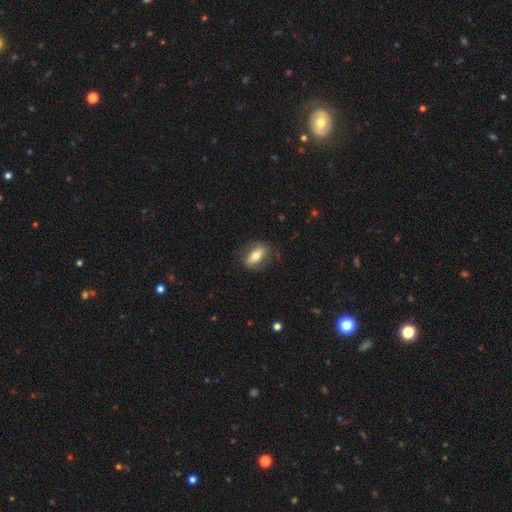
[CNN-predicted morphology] Smooth or featured: smooth — 63% (featured or disk — 30%)
How rounded: in between — 80% (cigar-shaped — 12%)
Merging: none — 80% (minor disturbance — 14%)